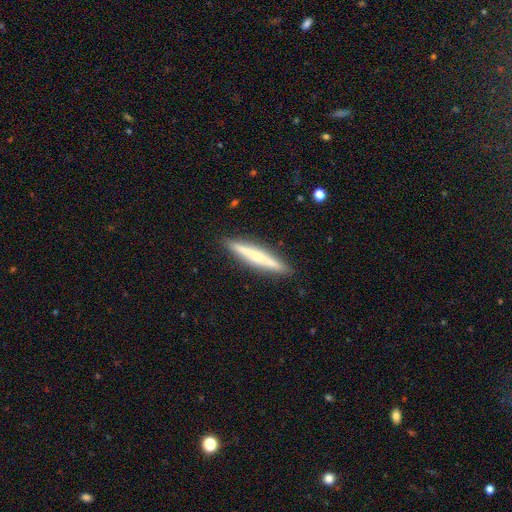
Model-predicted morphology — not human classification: A featured or disk galaxy (51%) viewed edge-on (97%). Merging: none (91%).